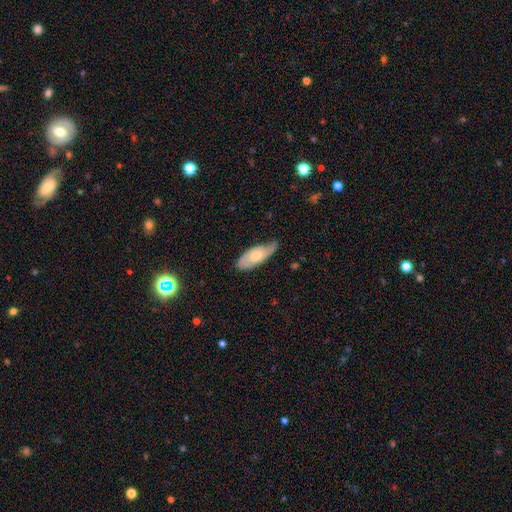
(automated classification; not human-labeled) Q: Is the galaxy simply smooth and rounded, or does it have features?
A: smooth — 49%.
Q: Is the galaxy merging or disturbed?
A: none — 61%.